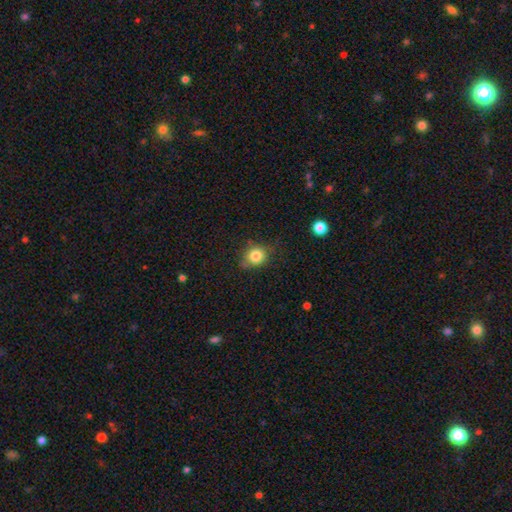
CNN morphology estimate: A smooth galaxy with no disk features (82%) that is round (77%). Merging: none (69%).